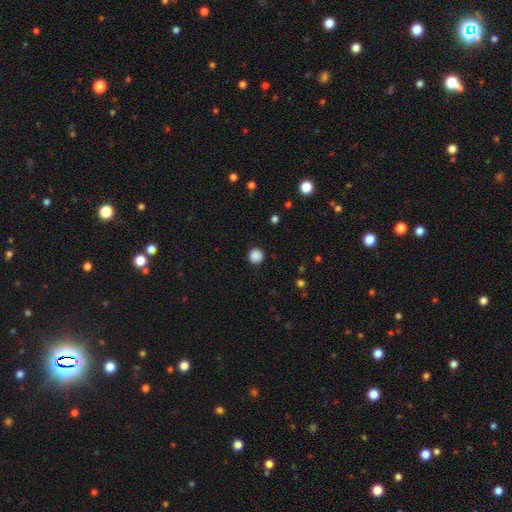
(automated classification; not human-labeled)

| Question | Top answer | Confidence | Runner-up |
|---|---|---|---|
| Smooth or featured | smooth | 88% | star or artifact (10%) |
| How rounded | round | 95% | in between (4%) |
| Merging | none | 92% | minor disturbance (5%) |